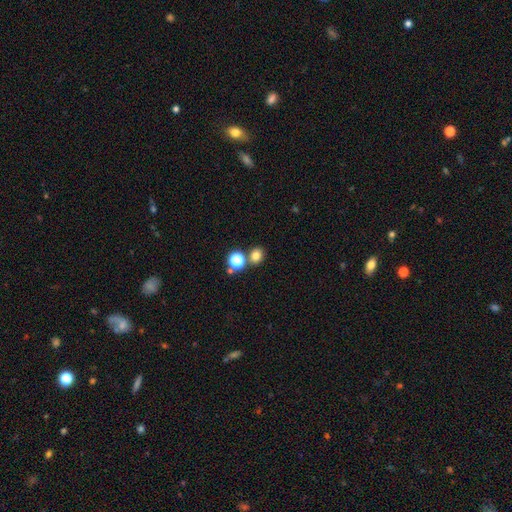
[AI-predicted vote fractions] A smooth galaxy with no disk features (77%) that is round (72%).

Vote fractions:
- Smooth or featured? smooth: 77% / star or artifact: 17% / featured or disk: 6%
- How rounded? round: 72% / in between: 27% / cigar-shaped: 1%
- Merging? none: 73% / merger: 16% / minor disturbance: 8% / major disturbance: 3%